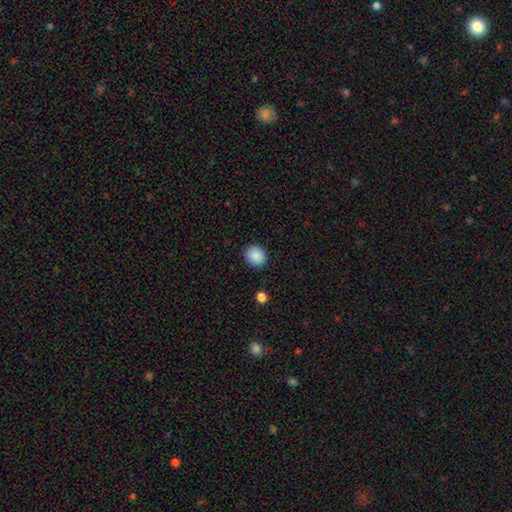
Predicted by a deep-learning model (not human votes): Smooth or featured?
  - smooth: 89% *
  - star or artifact: 8%
  - featured or disk: 3%
How rounded?
  - round: 83% *
  - in between: 16%
  - cigar-shaped: 1%
Merging?
  - none: 90% *
  - minor disturbance: 7%
  - major disturbance: 2%
  - merger: 1%